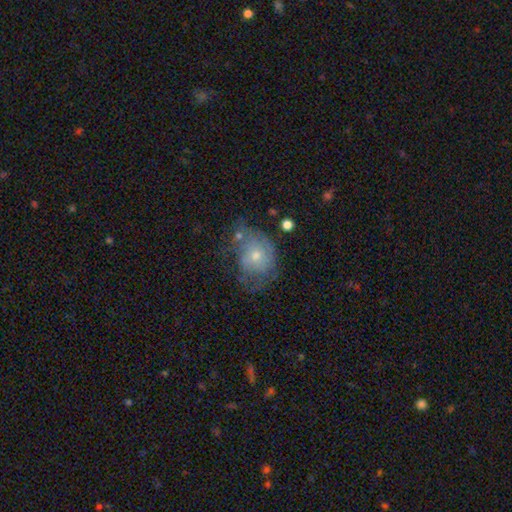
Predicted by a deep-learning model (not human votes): Smooth or featured? Predicted: featured or disk (p=0.46). Merging? Predicted: none (p=0.39).